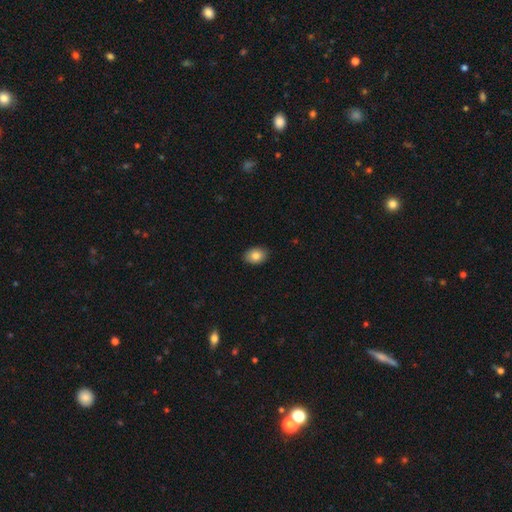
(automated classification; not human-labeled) Overall: smooth (84%). How rounded: in between (71%). Merging: none (89%).